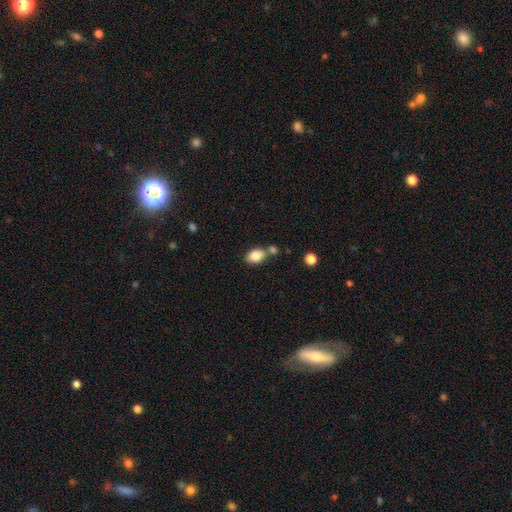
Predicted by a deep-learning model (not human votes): This is clearly a smooth galaxy (84%). How rounded: likely in between (71%). Merging: possibly none (54%).